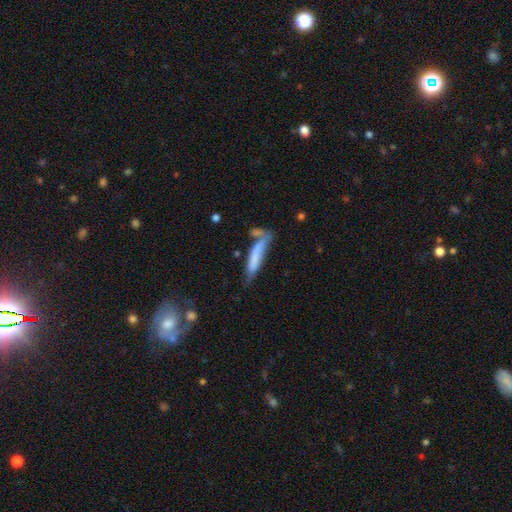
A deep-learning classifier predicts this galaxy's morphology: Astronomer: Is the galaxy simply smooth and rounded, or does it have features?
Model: smooth — 67%.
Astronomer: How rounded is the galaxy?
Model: cigar-shaped — 82%.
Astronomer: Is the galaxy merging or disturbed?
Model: none — 38% (runner-up: minor disturbance, 25%).